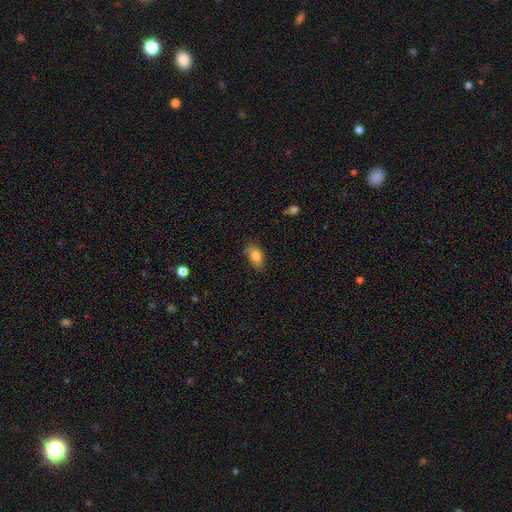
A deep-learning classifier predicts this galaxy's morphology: A smooth galaxy with no disk features (82%) that is in between round and cigar-shaped (88%).

Vote fractions:
- Smooth or featured? smooth: 82% / featured or disk: 10% / star or artifact: 8%
- How rounded? in between: 88% / round: 10% / cigar-shaped: 2%
- Merging? none: 73% / minor disturbance: 21% / major disturbance: 4% / merger: 1%